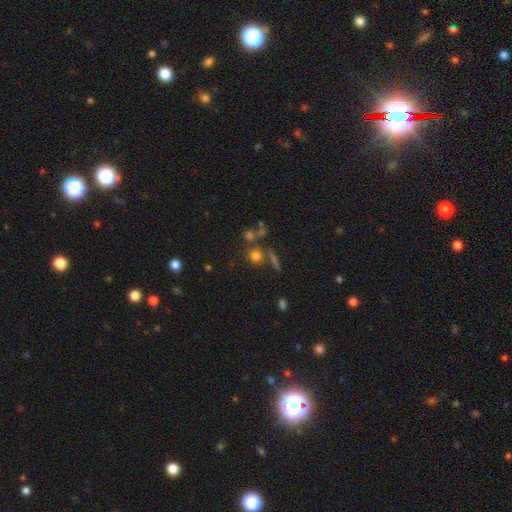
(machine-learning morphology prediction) smooth 71%, star or artifact 17%, featured or disk 12%. Down the decision tree: how rounded — round (87%); merging — none (64%).